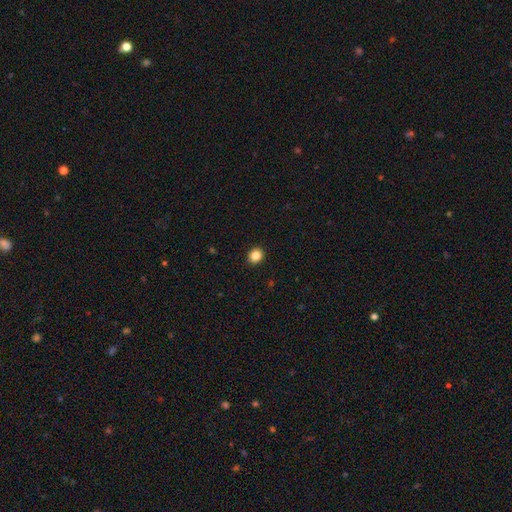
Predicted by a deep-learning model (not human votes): A smooth galaxy with no disk features (86%) that is round (74%).

Vote fractions:
- Smooth or featured? smooth: 86% / star or artifact: 10% / featured or disk: 4%
- How rounded? round: 74% / in between: 25% / cigar-shaped: 1%
- Merging? none: 92% / minor disturbance: 5% / major disturbance: 2% / merger: 1%